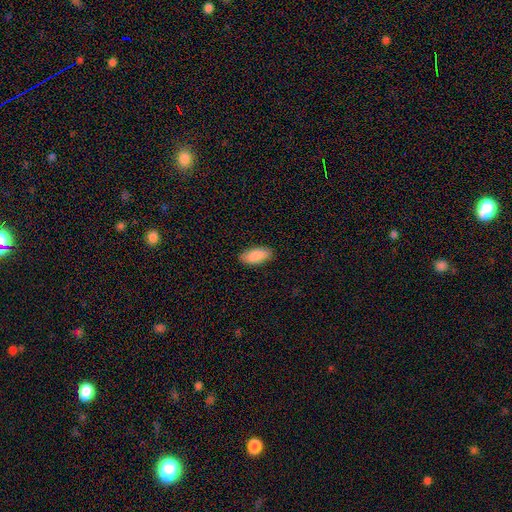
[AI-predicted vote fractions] This is clearly a smooth galaxy (90%). How rounded: clearly in between (90%). Merging: clearly none (86%).